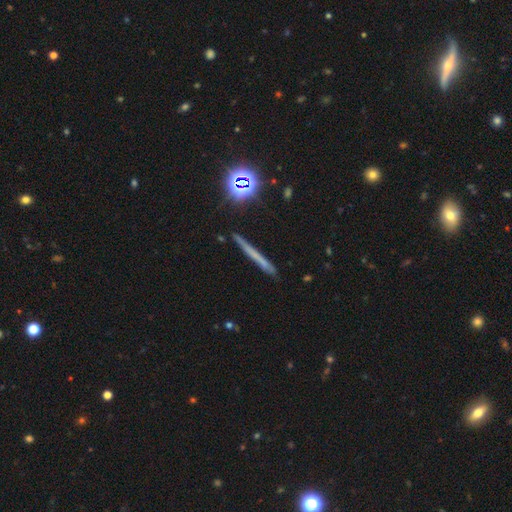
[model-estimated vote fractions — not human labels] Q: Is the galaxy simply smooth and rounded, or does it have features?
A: smooth — 47%.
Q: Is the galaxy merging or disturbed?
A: none — 87%.